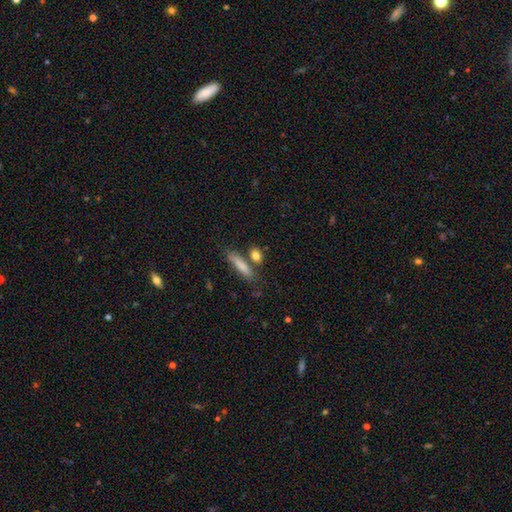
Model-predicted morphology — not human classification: Smooth or featured? smooth (82%)
How rounded? in between (43%)
Merging? none (69%)